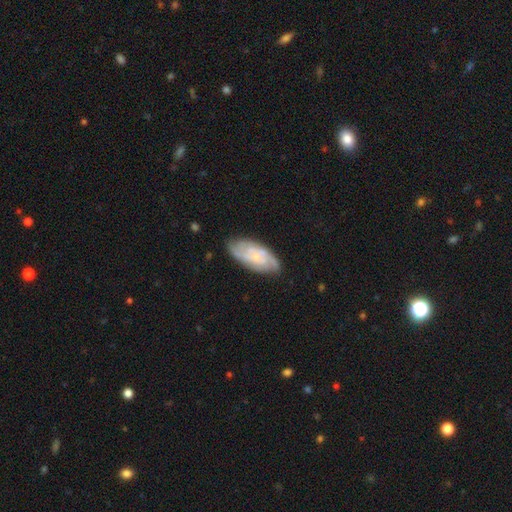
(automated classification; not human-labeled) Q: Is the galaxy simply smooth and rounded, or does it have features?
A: featured or disk — 73%.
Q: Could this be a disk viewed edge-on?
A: no — 93%.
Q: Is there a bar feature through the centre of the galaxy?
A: no — 68%.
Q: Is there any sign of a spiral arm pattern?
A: yes — 92%.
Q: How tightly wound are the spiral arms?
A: tight — 55%.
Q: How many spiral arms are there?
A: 2 — 32%, tied with can't tell.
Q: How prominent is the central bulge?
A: small — 70%.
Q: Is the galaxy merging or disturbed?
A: none — 77%.